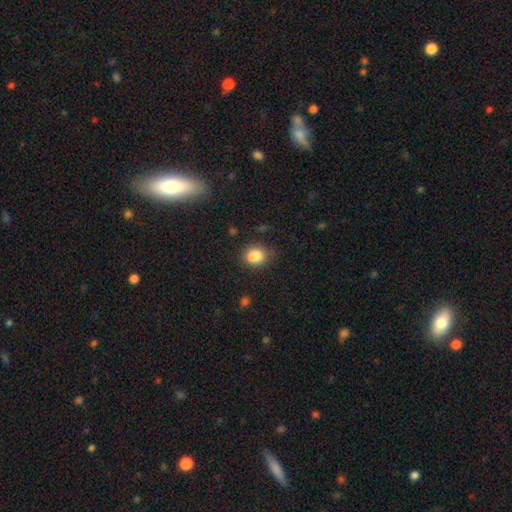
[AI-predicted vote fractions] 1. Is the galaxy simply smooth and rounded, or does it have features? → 84% smooth, 10% star or artifact, 6% featured or disk.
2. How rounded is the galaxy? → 58% round, 41% in between, 1% cigar-shaped.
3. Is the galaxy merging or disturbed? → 73% none, 18% minor disturbance, 5% major disturbance, 4% merger.